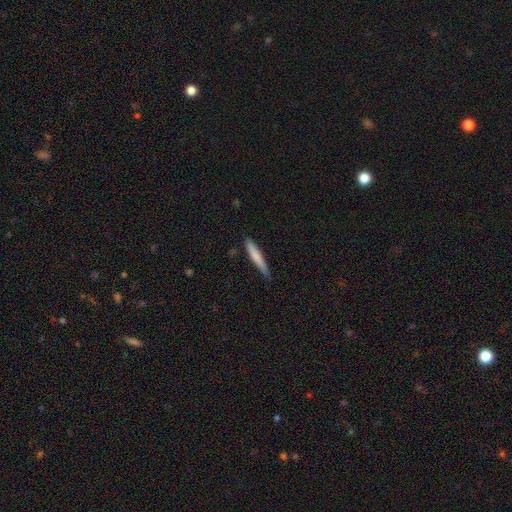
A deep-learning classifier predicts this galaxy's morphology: Smooth or featured? Predicted: smooth (p=0.77). How rounded? Predicted: cigar-shaped (p=0.93). Merging? Predicted: none (p=0.77).